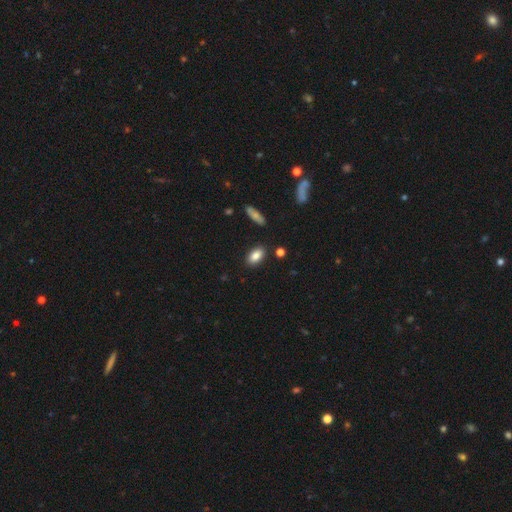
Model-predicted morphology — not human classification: Smooth or featured?
  - smooth: 85% *
  - star or artifact: 8%
  - featured or disk: 7%
How rounded?
  - in between: 90% *
  - round: 6%
  - cigar-shaped: 4%
Merging?
  - none: 86% *
  - minor disturbance: 9%
  - merger: 3%
  - major disturbance: 2%